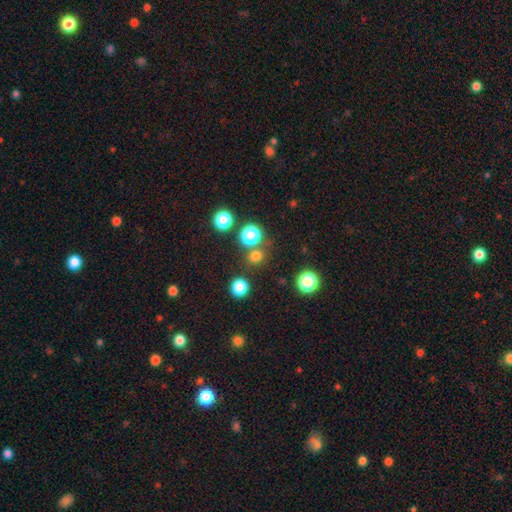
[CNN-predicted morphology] The model was most divided on "smooth or featured": smooth: 72%, star or artifact: 22%, featured or disk: 6%. More confident: how rounded — round (84%); merging — none (75%).